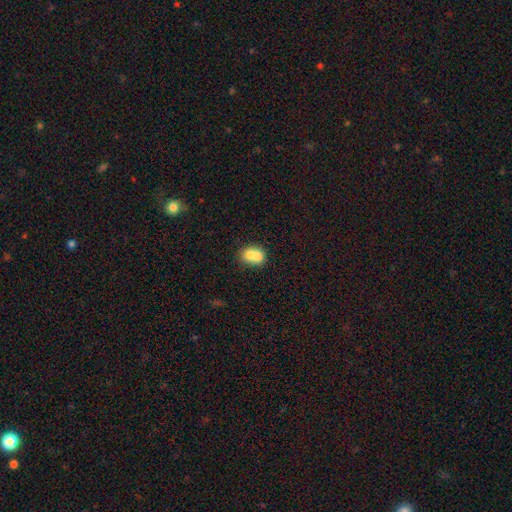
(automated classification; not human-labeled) This appears to be a smooth galaxy with no disk features (75%) that is in between round and cigar-shaped (66%). Merging: merger (46%).